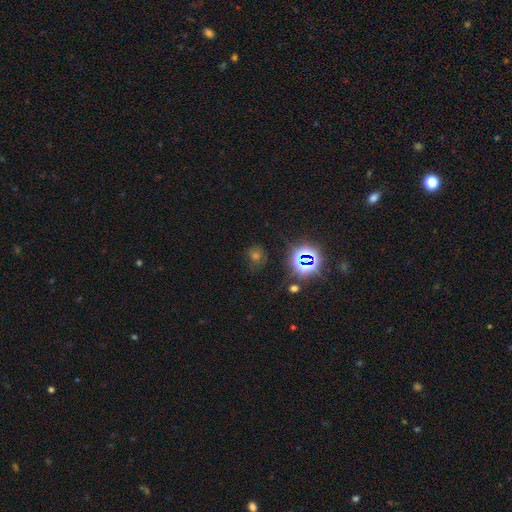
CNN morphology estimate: The model was most divided on "smooth or featured": star or artifact: 49%, smooth: 41%, featured or disk: 9%.